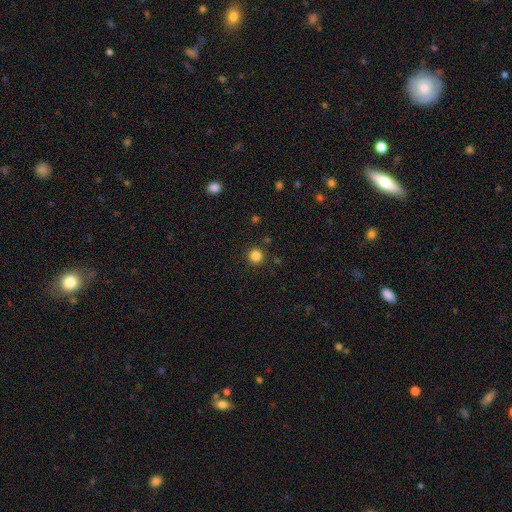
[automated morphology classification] Overall: smooth (84%). How rounded: round (95%). Merging: none (91%).